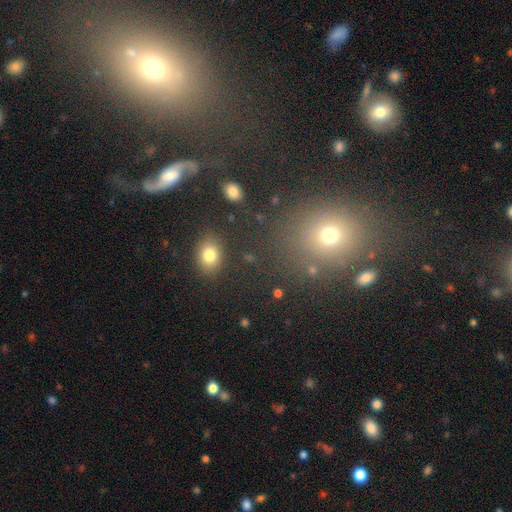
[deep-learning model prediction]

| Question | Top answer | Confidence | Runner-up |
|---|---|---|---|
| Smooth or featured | smooth | 52% | star or artifact (35%) |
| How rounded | round | 56% | in between (40%) |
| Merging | none | 79% | minor disturbance (9%) |